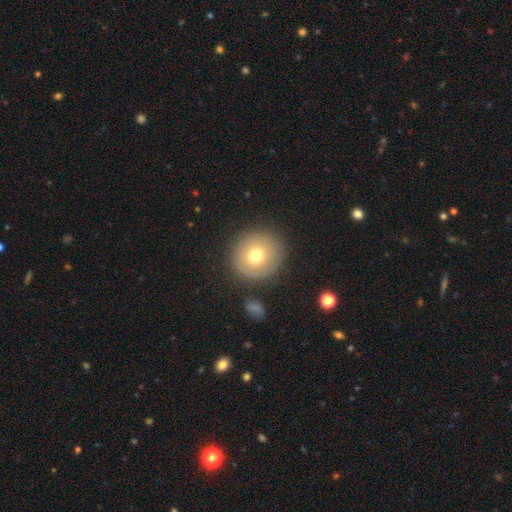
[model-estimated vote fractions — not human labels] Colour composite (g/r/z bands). It shows a smooth galaxy with no disk features (70%) that is round (93%). Merging: none (85%).